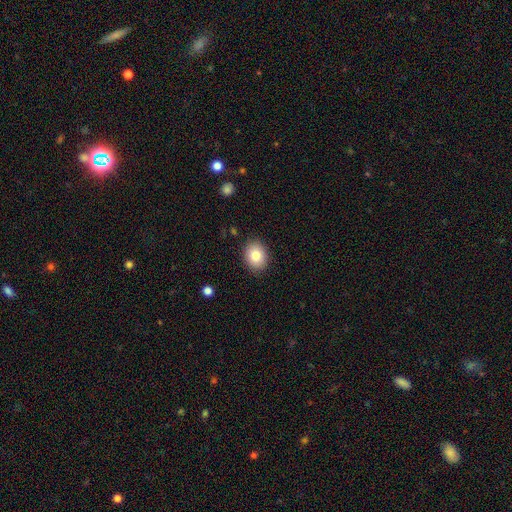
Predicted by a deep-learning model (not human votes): Smooth or featured: smooth — 82% (featured or disk — 9%)
How rounded: round — 51% (in between — 48%)
Merging: none — 89% (minor disturbance — 8%)